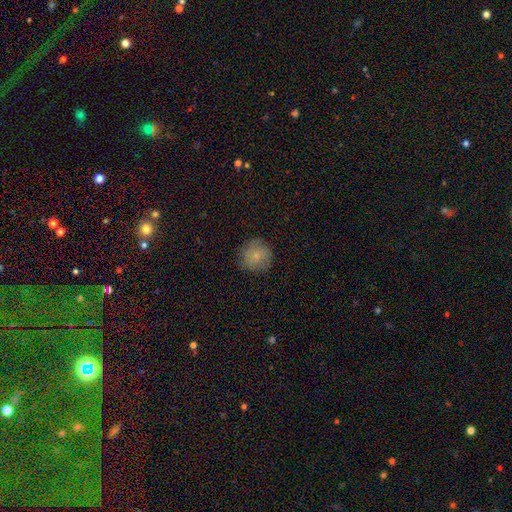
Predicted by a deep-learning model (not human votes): Morphology: type=smooth (77%); roundness=round (92%); merging=none (81%).